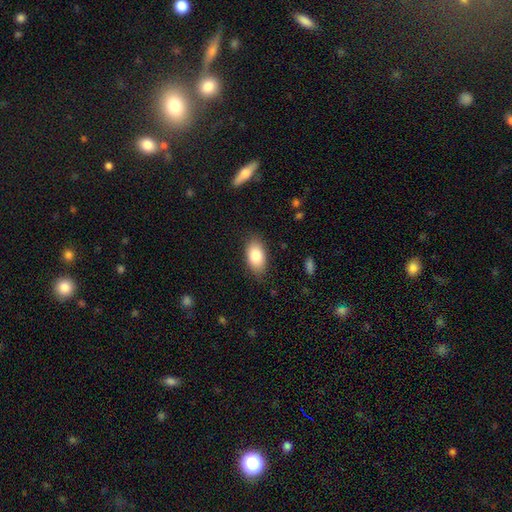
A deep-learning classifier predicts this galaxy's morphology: smooth 83%, featured or disk 10%, star or artifact 7%. Down the decision tree: how rounded — in between (93%); merging — none (83%).